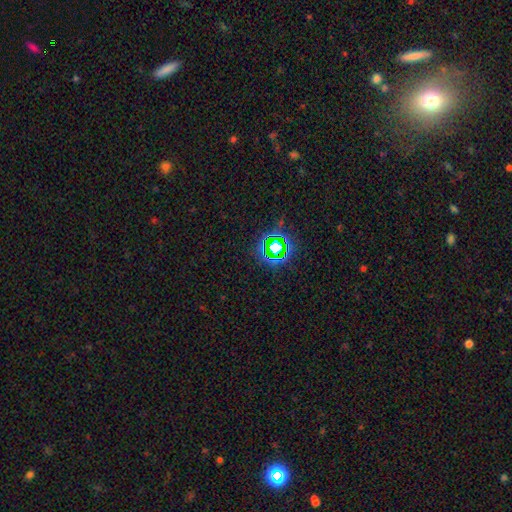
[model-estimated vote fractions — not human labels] A star or artifact, not a galaxy (65%).